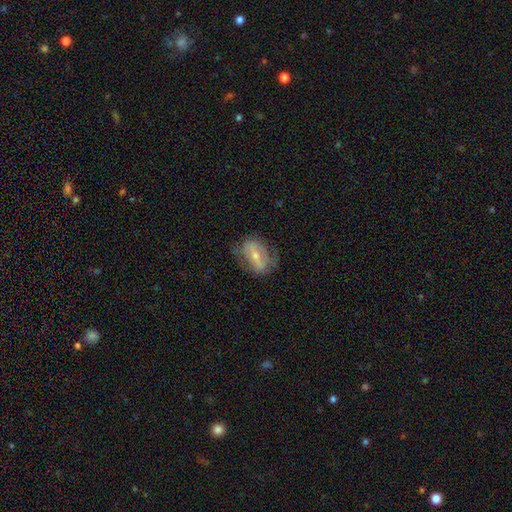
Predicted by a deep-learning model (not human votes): Overall: featured or disk (63%; smooth 30%). Edge-on disk: no (90%). Bar: strong (52%; weak 30%). Spiral arms: no (51%; yes 49%). Bulge size: moderate (50%; small 44%). Merging: none (65%).